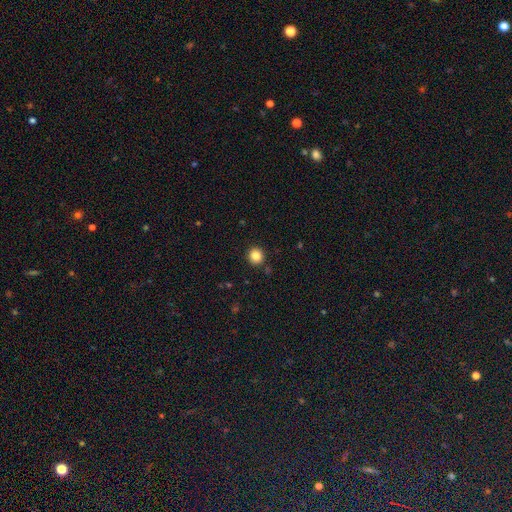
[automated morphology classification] This appears to be a smooth galaxy with no disk features (84%) that is round (90%). Merging: none (90%).